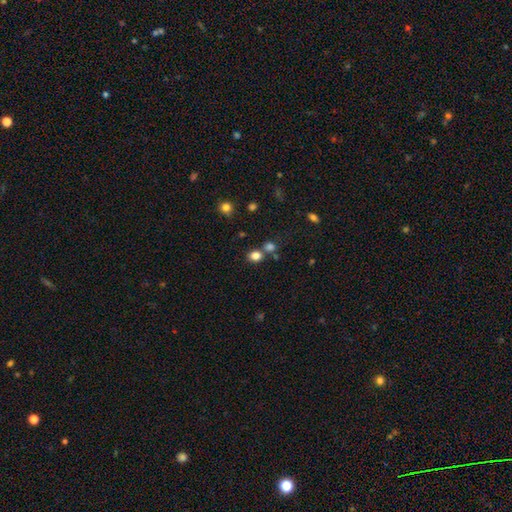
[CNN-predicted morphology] smooth_or_featured: smooth (p=0.81) [alt: star or artifact p=0.13]
how_rounded: round (p=0.59) [alt: in between p=0.40]
merging: none (p=0.65) [alt: merger p=0.22]